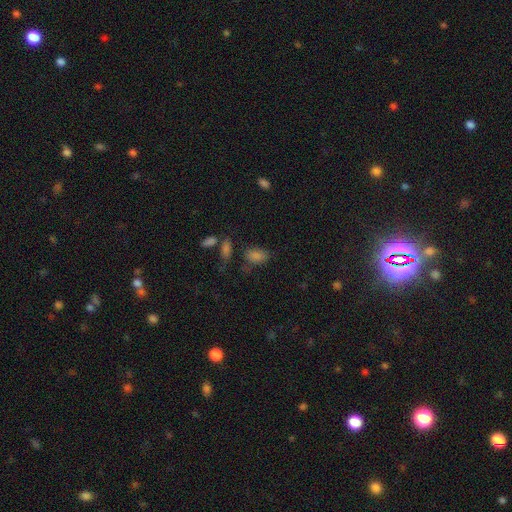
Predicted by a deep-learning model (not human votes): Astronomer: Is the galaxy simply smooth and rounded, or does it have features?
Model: smooth — 72%.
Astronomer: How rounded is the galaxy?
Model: in between — 87%.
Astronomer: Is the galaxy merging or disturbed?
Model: none — 59%.